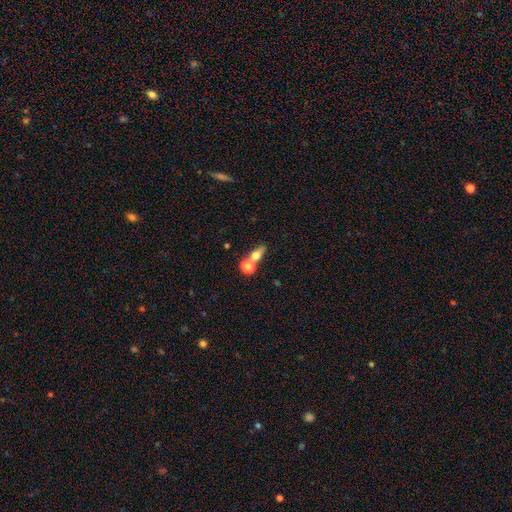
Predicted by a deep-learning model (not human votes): smooth_or_featured: smooth (p=0.66) [alt: featured or disk p=0.21]
how_rounded: in between (p=0.48) [alt: round p=0.38]
merging: merger (p=0.44) [alt: none p=0.39]